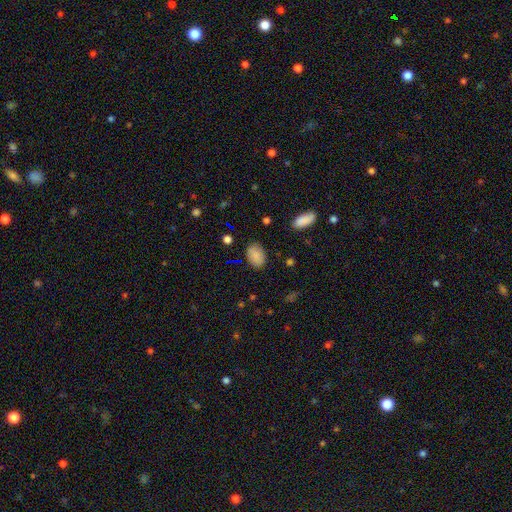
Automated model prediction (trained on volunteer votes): Morphology: type=smooth (84%); roundness=in between (88%); merging=none (84%).